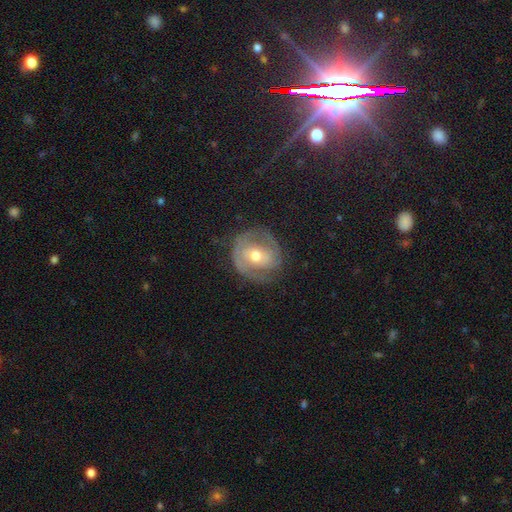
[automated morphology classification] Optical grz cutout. It shows a featured or disk galaxy (76%) with no bar (50%), 2 (59%) tight (56%) spiral arms (85%) and a moderate central bulge (69%). Merging: none (70%).